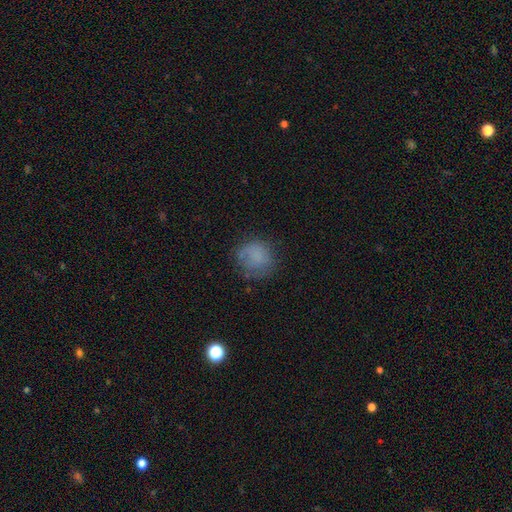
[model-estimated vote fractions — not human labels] Smooth or featured: smooth — 73% (featured or disk — 16%)
How rounded: round — 80% (in between — 19%)
Merging: none — 63% (minor disturbance — 23%)